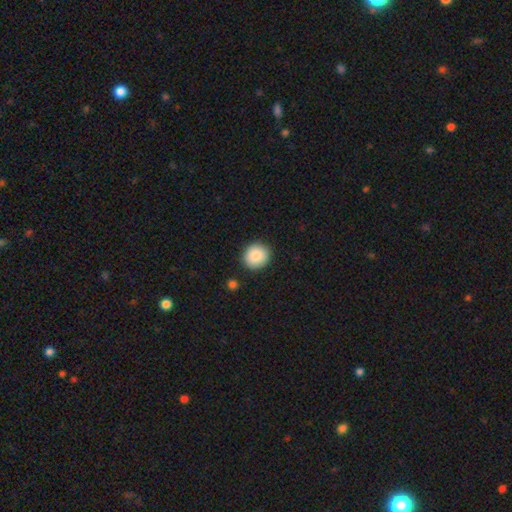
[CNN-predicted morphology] A smooth galaxy with no disk features (87%) that is round (84%). Merging: none (88%).